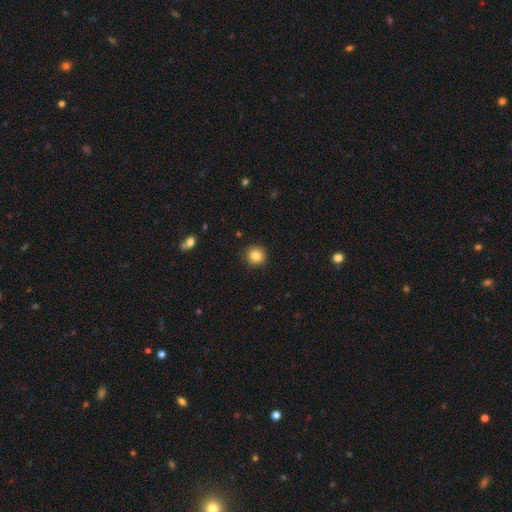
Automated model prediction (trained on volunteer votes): Smooth or featured?
  - smooth: 84% *
  - star or artifact: 10%
  - featured or disk: 6%
How rounded?
  - round: 92% *
  - in between: 7%
  - cigar-shaped: 1%
Merging?
  - none: 90% *
  - minor disturbance: 7%
  - major disturbance: 2%
  - merger: 1%